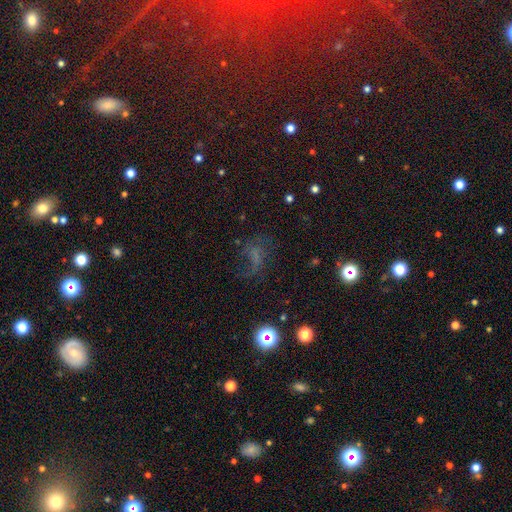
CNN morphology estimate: The model was most divided on "smooth or featured": featured or disk: 35%, star or artifact: 33%, smooth: 32%. Remaining: merging — none (45%).